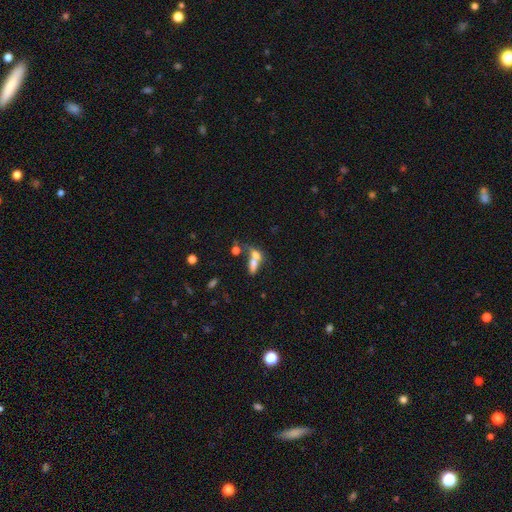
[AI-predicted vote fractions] Q: Smooth or featured?
A: smooth (64%); runner-up: featured or disk (24%)
Q: How rounded?
A: in between (66%); runner-up: cigar-shaped (20%)
Q: Merging?
A: merger (62%); runner-up: none (22%)